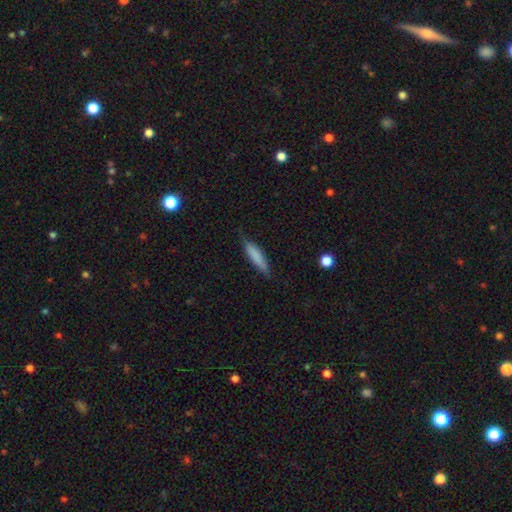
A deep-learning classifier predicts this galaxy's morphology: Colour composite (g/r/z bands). It shows a smooth galaxy with no disk features (77%) that is cigar-shaped (81%). Merging: none (79%).